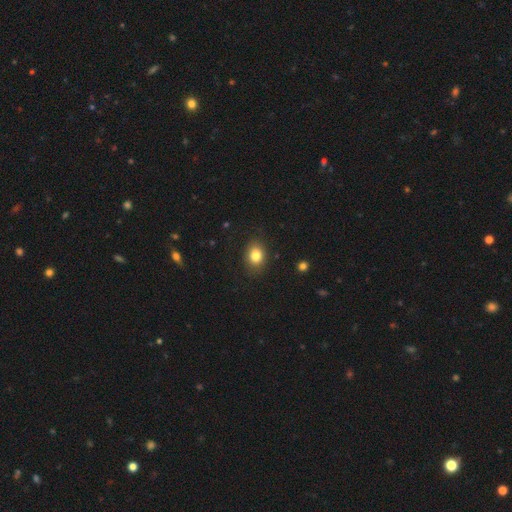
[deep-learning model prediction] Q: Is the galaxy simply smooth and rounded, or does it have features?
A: smooth — 83%.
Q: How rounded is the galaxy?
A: in between — 56%.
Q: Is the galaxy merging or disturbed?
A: none — 86%.